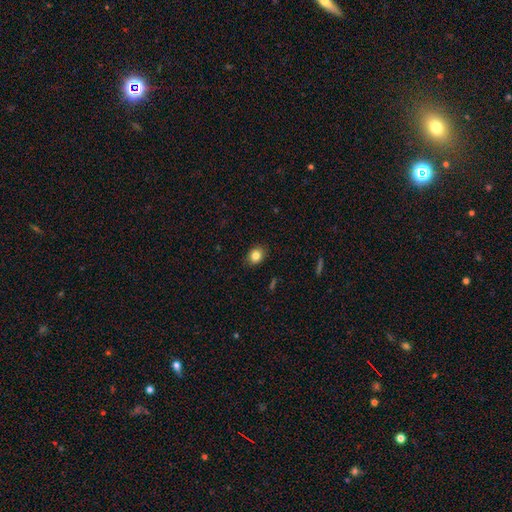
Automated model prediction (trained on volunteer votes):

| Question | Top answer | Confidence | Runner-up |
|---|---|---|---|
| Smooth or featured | smooth | 83% | star or artifact (10%) |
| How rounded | in between | 51% | round (48%) |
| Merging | none | 88% | minor disturbance (9%) |